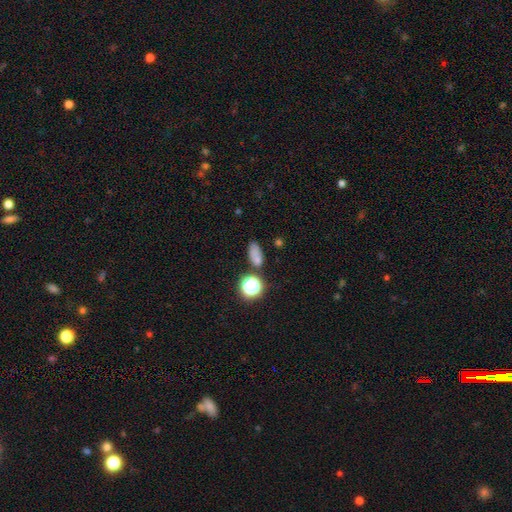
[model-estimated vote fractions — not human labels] Smooth or featured? smooth (70%)
How rounded? in between (74%)
Merging? none (66%)